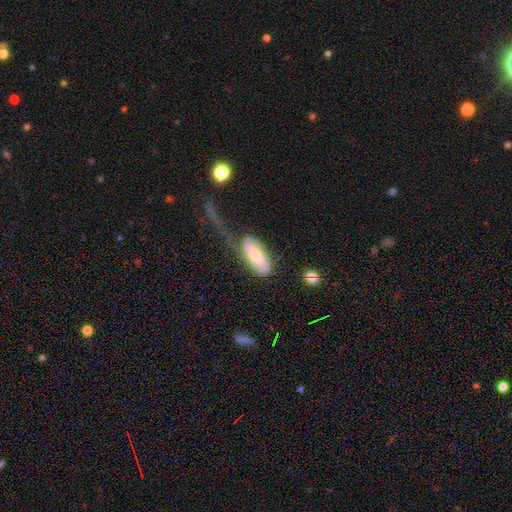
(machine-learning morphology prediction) smooth-or-featured: smooth: 50% | featured or disk: 44% | star or artifact: 6%
  how-rounded: in between: 83% | cigar-shaped: 15% | round: 3%
  merging: none: 36% | major disturbance: 28% | minor disturbance: 26% | merger: 10%